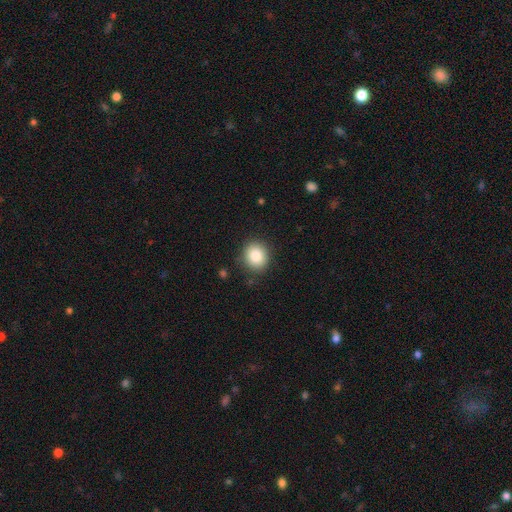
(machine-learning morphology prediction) Overall: smooth (84%). How rounded: round (83%). Merging: none (88%).